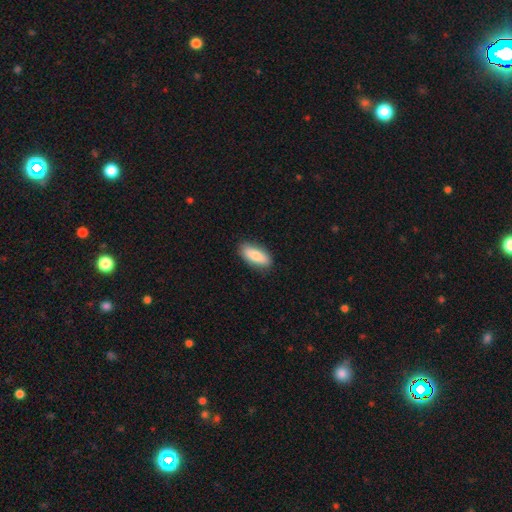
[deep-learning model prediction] Smooth or featured? smooth (82%)
How rounded? in between (81%)
Merging? none (87%)